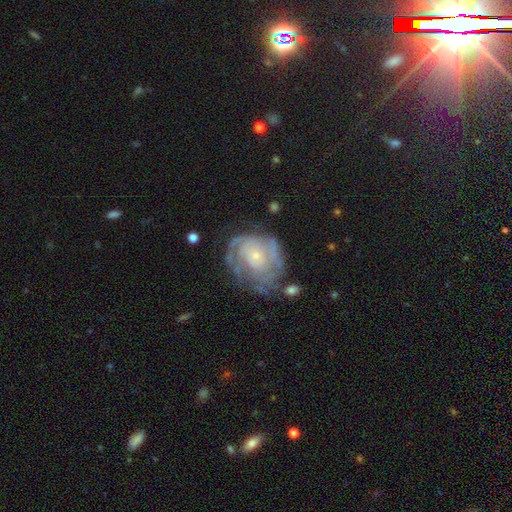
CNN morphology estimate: A featured or disk galaxy (79%) with no bar (80%), tight (67%) spiral arms (86%) and a small central bulge (79%). Merging: none (57%).